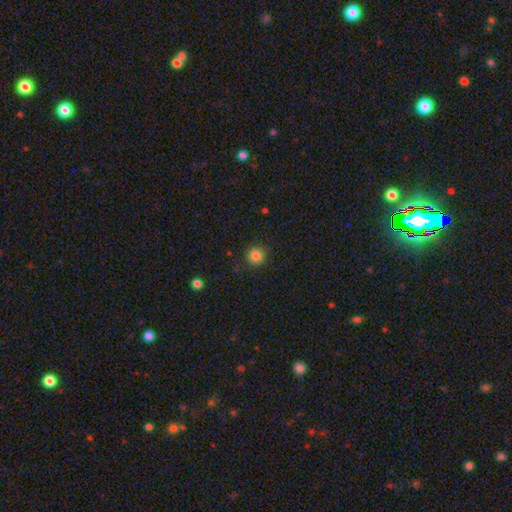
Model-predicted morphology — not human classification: This appears to be a smooth galaxy with no disk features (84%) that is round (93%). Merging: none (89%).